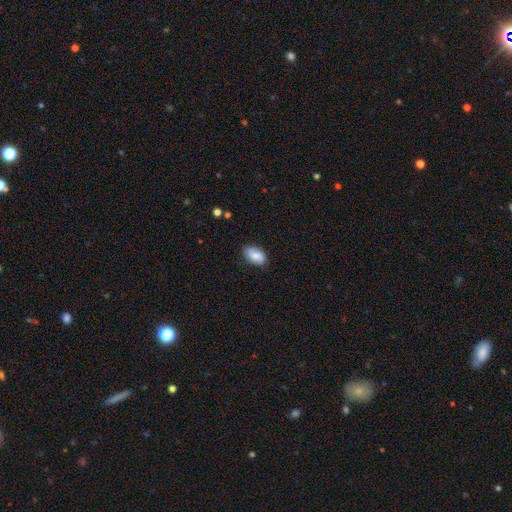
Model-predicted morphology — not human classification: This appears to be a smooth galaxy with no disk features (82%) that is in between round and cigar-shaped (92%). Merging: none (73%).